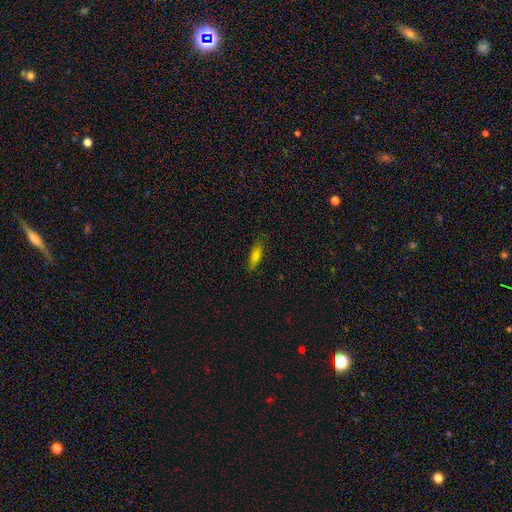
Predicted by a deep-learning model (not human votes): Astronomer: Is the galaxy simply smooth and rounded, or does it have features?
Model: smooth — 76%.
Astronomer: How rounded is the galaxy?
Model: in between — 49%, tied with cigar-shaped at 49%.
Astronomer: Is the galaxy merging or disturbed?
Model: none — 83%.